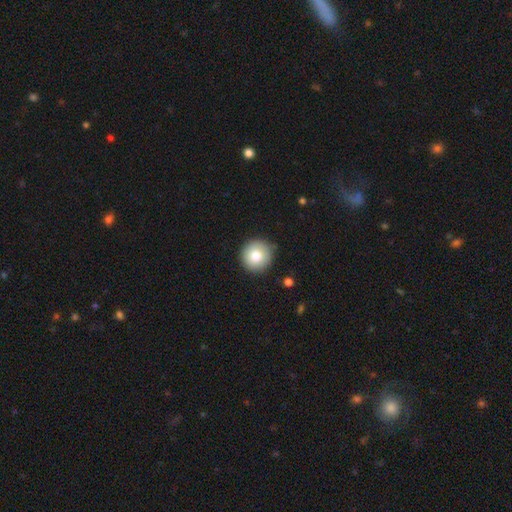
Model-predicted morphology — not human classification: The model was most divided on "smooth or featured": smooth: 81%, featured or disk: 10%, star or artifact: 9%. More confident: how rounded — round (95%); merging — none (87%).